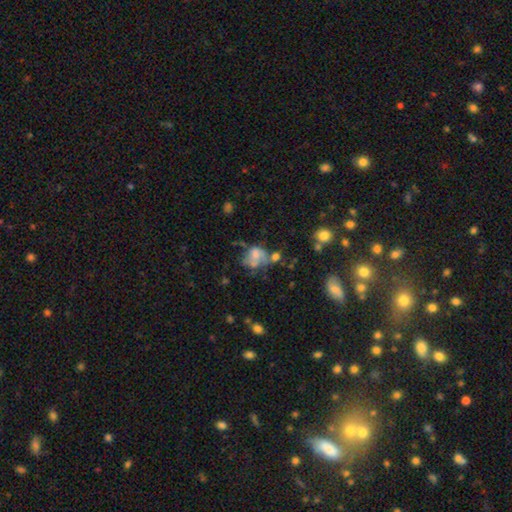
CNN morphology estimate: Overall: smooth (52%; featured or disk 35%). How rounded: in between (60%; round 39%). Merging: merger (29%; none 26%).